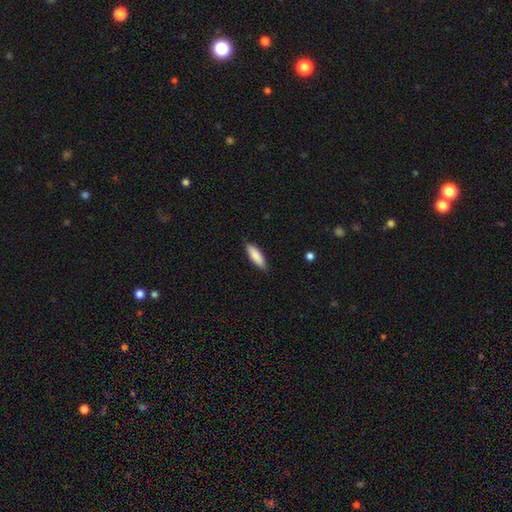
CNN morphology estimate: smooth 86%, featured or disk 9%, star or artifact 6%. Down the decision tree: how rounded — in between (52%); merging — none (87%).